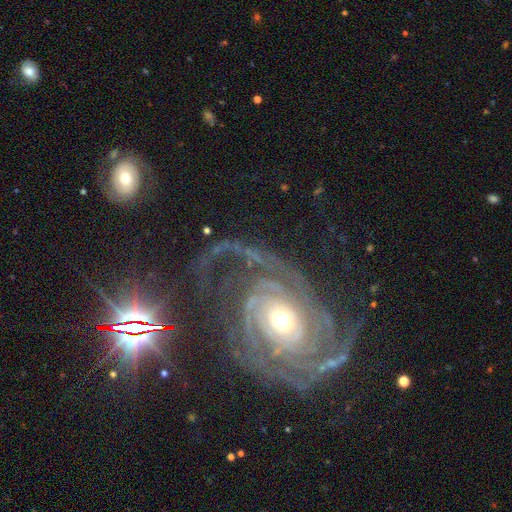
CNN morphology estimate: This is clearly a featured or disk galaxy (90%). It is clearly not viewed edge-on (97%). Bar: possibly no (55%). Spiral arm pattern: clearly yes (98%). Spiral arm count: marginally 2 (32%). Spiral winding: possibly tight (56%). Central bulge: possibly moderate (59%). Merging: likely none (64%).